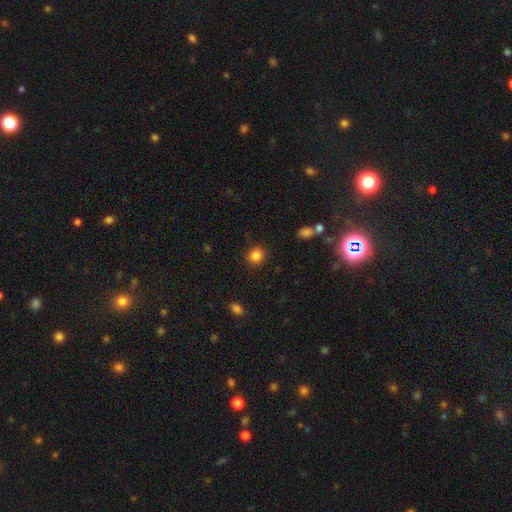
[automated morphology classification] Smooth or featured: smooth — 85% (star or artifact — 10%)
How rounded: round — 82% (in between — 17%)
Merging: none — 87% (minor disturbance — 9%)